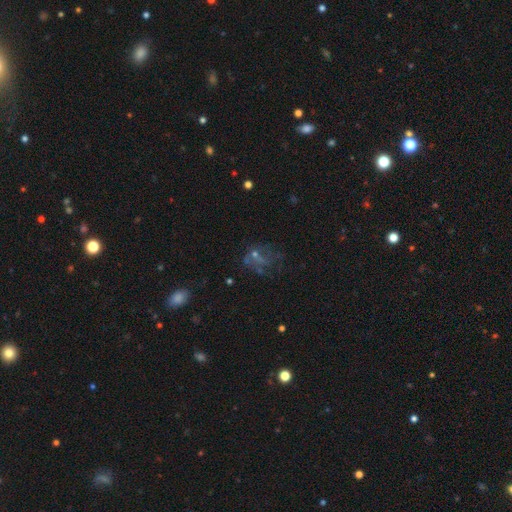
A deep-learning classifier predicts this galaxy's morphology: Overall: featured or disk (39%; star or artifact 31%). Merging: none (44%; major disturbance 32%).